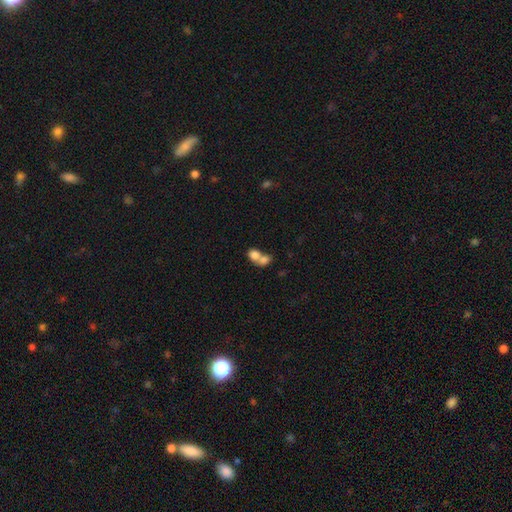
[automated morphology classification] smooth 77%, featured or disk 14%, star or artifact 9%. Down the decision tree: how rounded — in between (50%); merging — merger (72%).